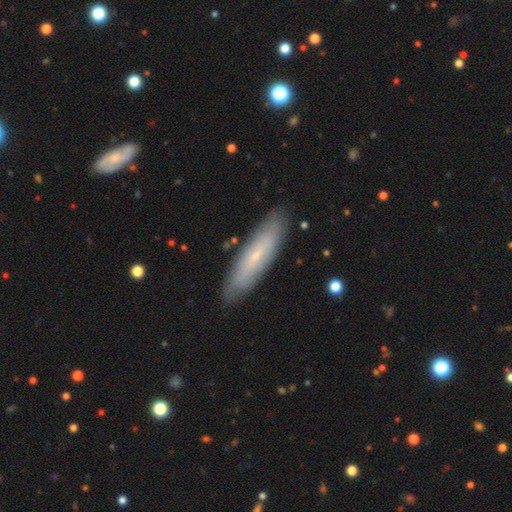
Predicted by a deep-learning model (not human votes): smooth-or-featured: featured or disk: 47% | smooth: 46% | star or artifact: 7%
  merging: none: 86% | minor disturbance: 11% | major disturbance: 2% | merger: 1%